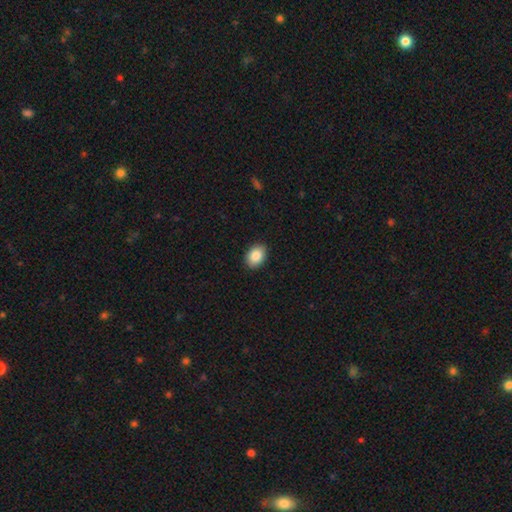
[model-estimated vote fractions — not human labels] Smooth or featured? smooth (87%)
How rounded? in between (79%)
Merging? none (89%)